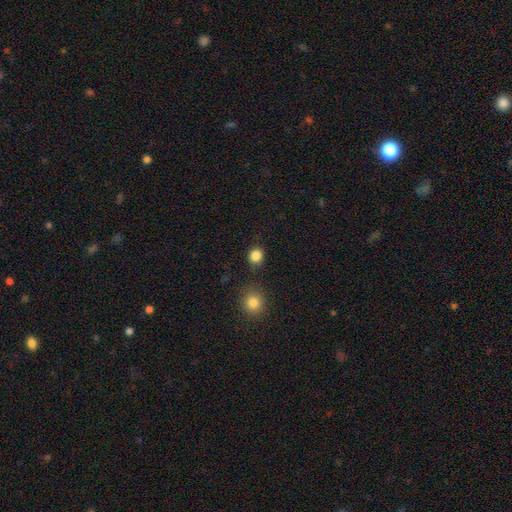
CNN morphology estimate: A smooth galaxy with no disk features (85%) that is round (79%).

Vote fractions:
- Smooth or featured? smooth: 85% / star or artifact: 12% / featured or disk: 4%
- How rounded? round: 79% / in between: 20% / cigar-shaped: 1%
- Merging? none: 80% / minor disturbance: 12% / merger: 5% / major disturbance: 3%